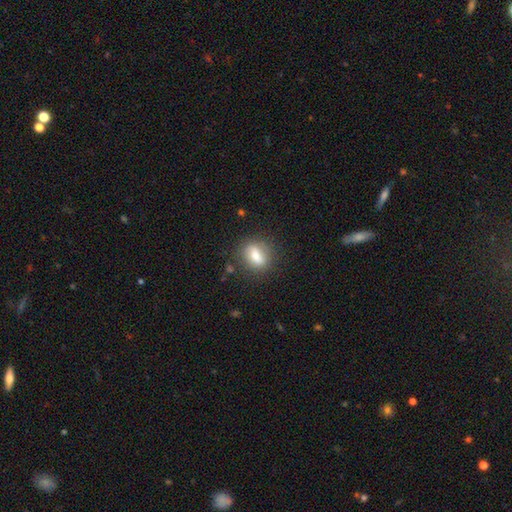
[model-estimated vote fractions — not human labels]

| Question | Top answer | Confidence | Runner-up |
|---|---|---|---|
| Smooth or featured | smooth | 69% | featured or disk (22%) |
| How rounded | in between | 52% | round (42%) |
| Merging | none | 79% | minor disturbance (13%) |